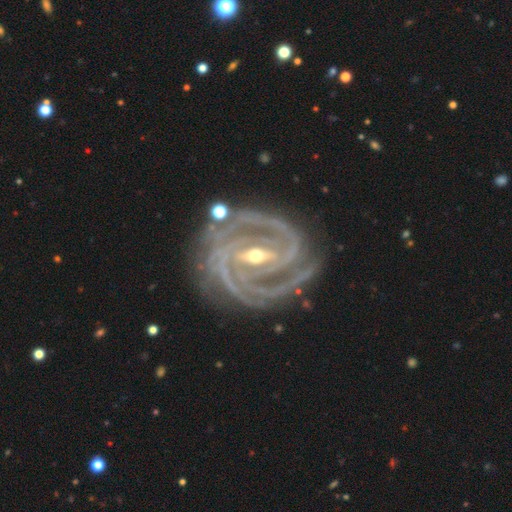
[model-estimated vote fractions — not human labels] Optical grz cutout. It shows a featured or disk galaxy (93%) with a strong bar (65%), 2 (49%) tight (67%) spiral arms (99%) and a small central bulge (61%). Merging: none (77%).